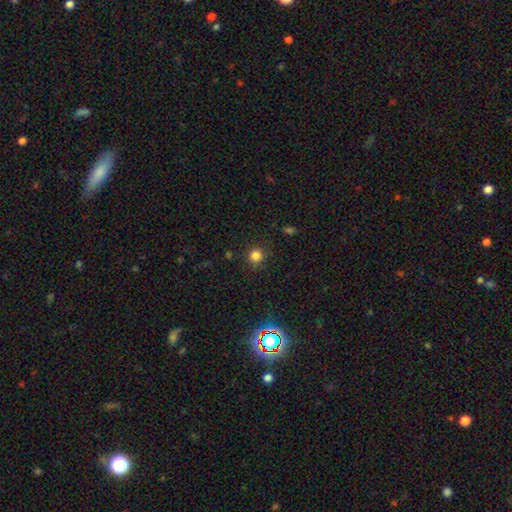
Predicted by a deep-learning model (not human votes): Smooth or featured? Predicted: smooth (p=0.81). How rounded? Predicted: round (p=0.91). Merging? Predicted: none (p=0.86).